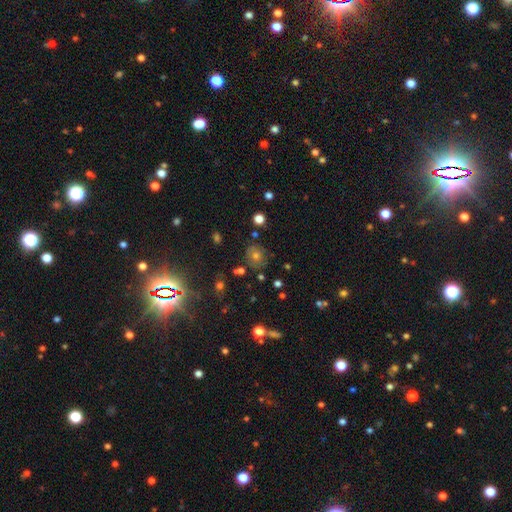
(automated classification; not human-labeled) Overall: smooth (47%; star or artifact 34%). Merging: none (80%).